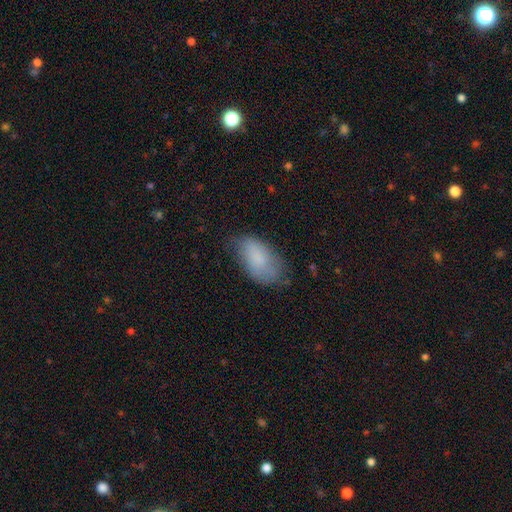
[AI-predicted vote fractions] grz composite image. It shows a smooth galaxy with no disk features (80%) that is in between round and cigar-shaped (94%). Merging: none (59%).